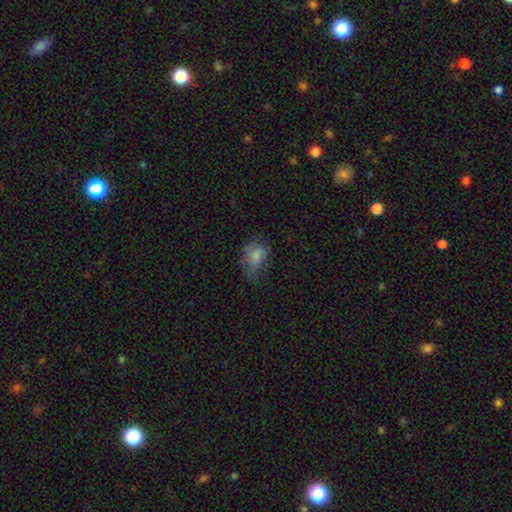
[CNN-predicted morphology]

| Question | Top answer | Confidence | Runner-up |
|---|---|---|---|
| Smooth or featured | smooth | 70% | featured or disk (18%) |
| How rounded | in between | 72% | round (27%) |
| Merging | none | 38% | major disturbance (30%) |